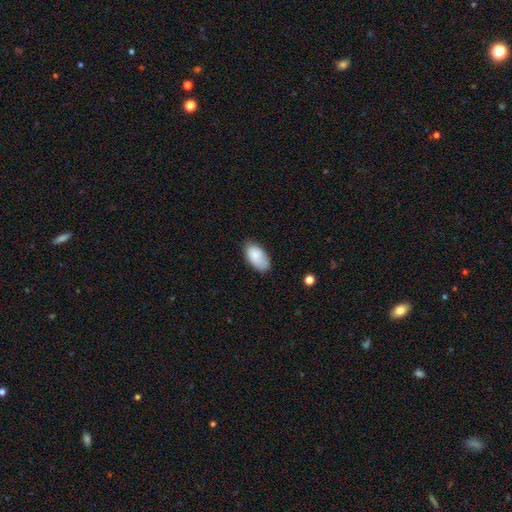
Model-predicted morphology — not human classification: A smooth galaxy with no disk features (85%) that is in between round and cigar-shaped (95%).

Vote fractions:
- Smooth or featured? smooth: 85% / featured or disk: 9% / star or artifact: 7%
- How rounded? in between: 95% / round: 3% / cigar-shaped: 2%
- Merging? none: 71% / minor disturbance: 23% / major disturbance: 4% / merger: 2%